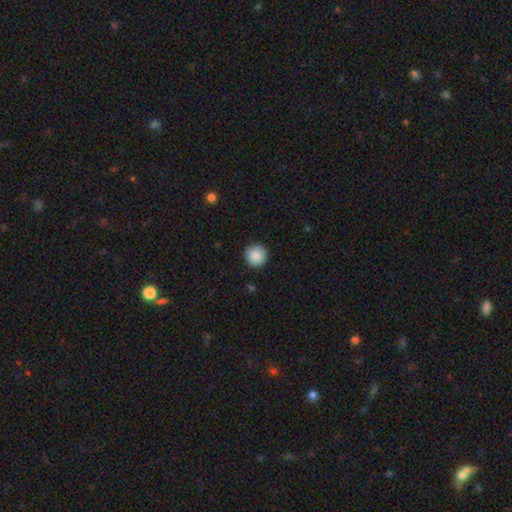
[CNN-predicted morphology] Smooth or featured?
  - smooth: 88% *
  - star or artifact: 8%
  - featured or disk: 4%
How rounded?
  - round: 96% *
  - in between: 3%
  - cigar-shaped: 1%
Merging?
  - none: 92% *
  - minor disturbance: 6%
  - major disturbance: 2%
  - merger: 1%